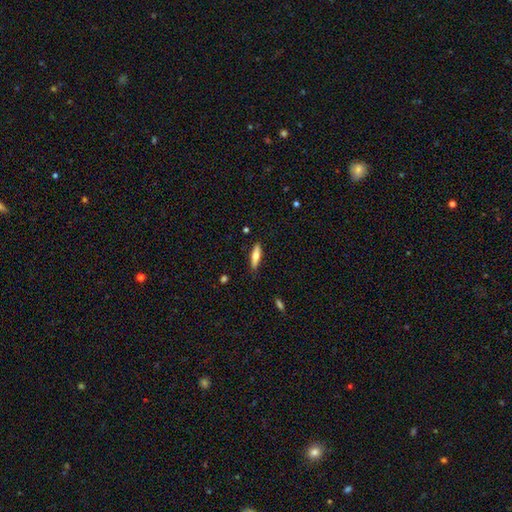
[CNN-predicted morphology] A smooth galaxy with no disk features (63%) that is cigar-shaped (65%).

Vote fractions:
- Smooth or featured? smooth: 63% / featured or disk: 31% / star or artifact: 6%
- How rounded? cigar-shaped: 65% / in between: 33% / round: 2%
- Merging? none: 85% / minor disturbance: 11% / major disturbance: 2% / merger: 1%